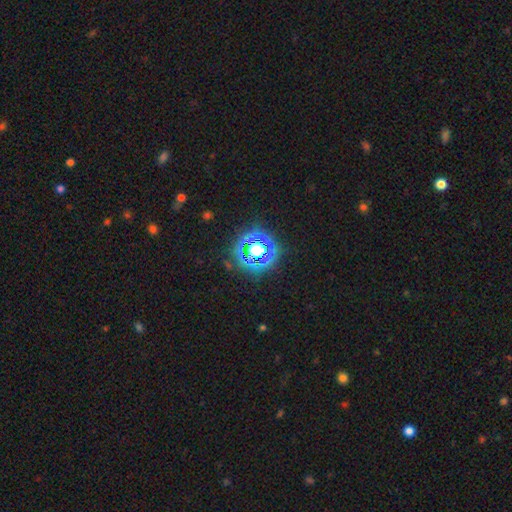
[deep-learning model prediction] Q: Smooth or featured?
A: star or artifact (75%); runner-up: smooth (16%)